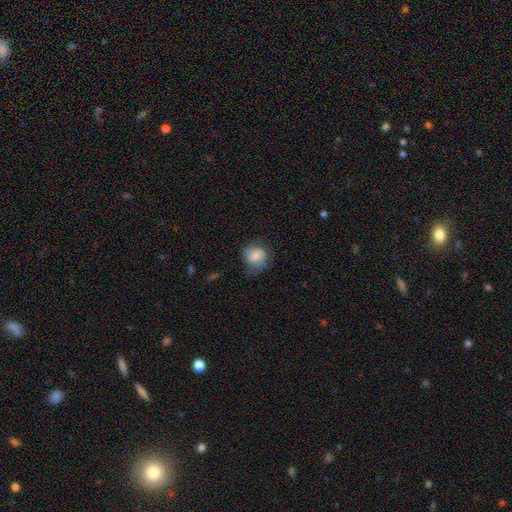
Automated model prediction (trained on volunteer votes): A smooth galaxy with no disk features (71%) that is round (69%).

Vote fractions:
- Smooth or featured? smooth: 71% / featured or disk: 21% / star or artifact: 8%
- How rounded? round: 69% / in between: 30% / cigar-shaped: 1%
- Merging? none: 58% / minor disturbance: 28% / major disturbance: 13% / merger: 1%